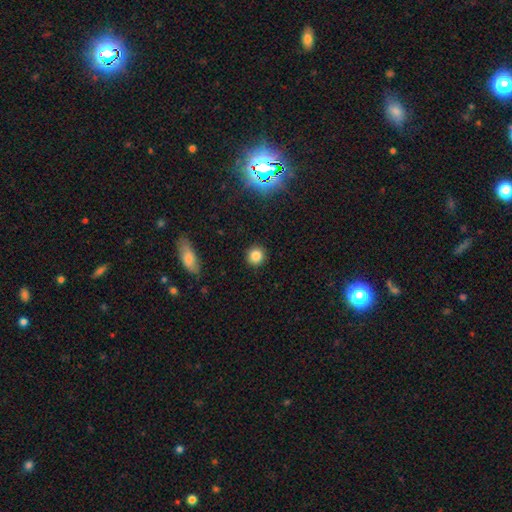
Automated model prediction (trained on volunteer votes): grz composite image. It shows a smooth galaxy with no disk features (83%) that is round (91%). Merging: none (91%).